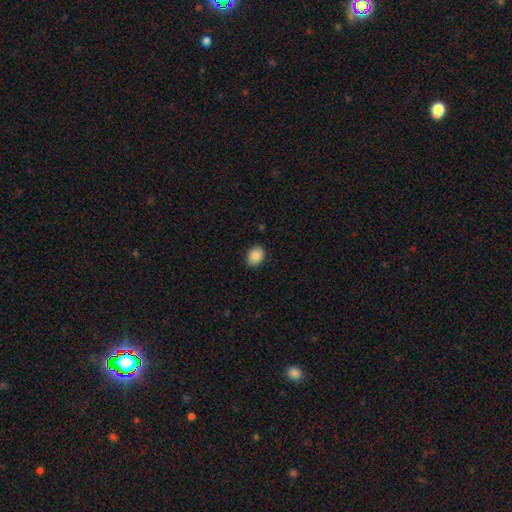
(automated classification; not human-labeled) smooth_or_featured: smooth (p=0.88) [alt: star or artifact p=0.08]
how_rounded: in between (p=0.63) [alt: round p=0.36]
merging: none (p=0.88) [alt: minor disturbance p=0.09]